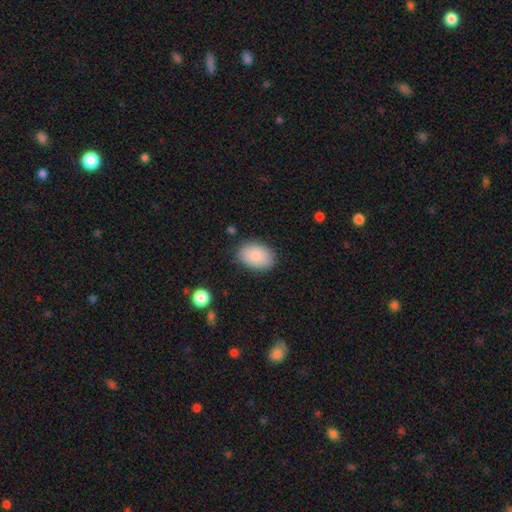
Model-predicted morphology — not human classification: Smooth or featured? smooth (87%)
How rounded? in between (88%)
Merging? none (85%)